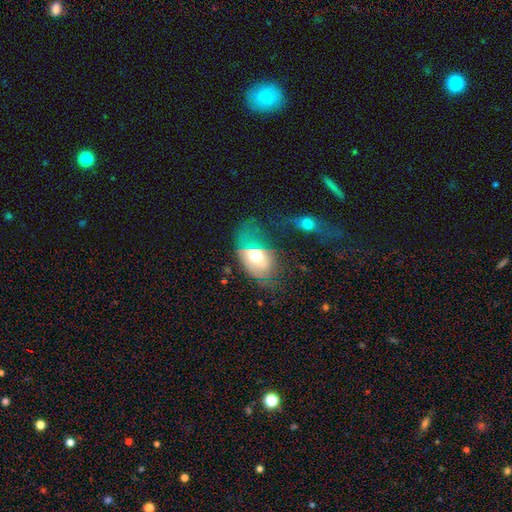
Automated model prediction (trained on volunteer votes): Morphology: type=smooth (56%); roundness=in between (76%); merging=major disturbance (38%).